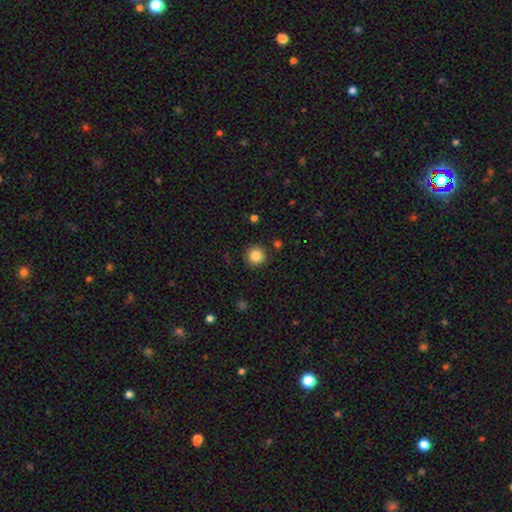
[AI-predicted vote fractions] A smooth galaxy with no disk features (85%) that is round (95%).

Vote fractions:
- Smooth or featured? smooth: 85% / star or artifact: 10% / featured or disk: 5%
- How rounded? round: 95% / in between: 4% / cigar-shaped: 1%
- Merging? none: 90% / minor disturbance: 6% / major disturbance: 2% / merger: 2%